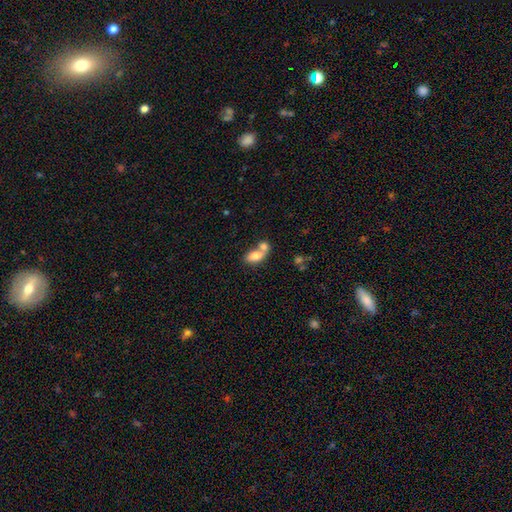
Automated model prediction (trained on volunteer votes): Morphology: type=smooth (77%); roundness=in between (88%); merging=merger (63%).